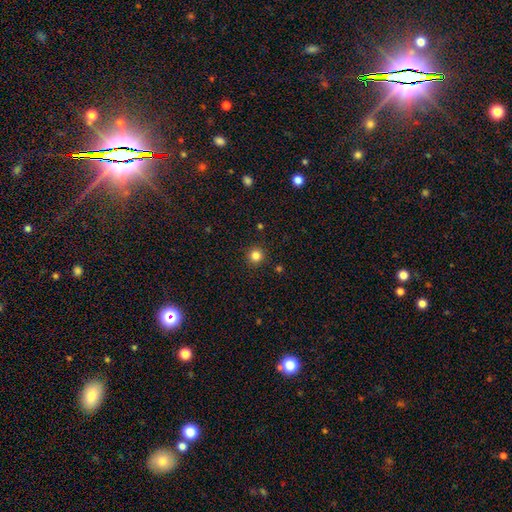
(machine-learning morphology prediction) Smooth or featured? smooth (83%)
How rounded? round (95%)
Merging? none (92%)